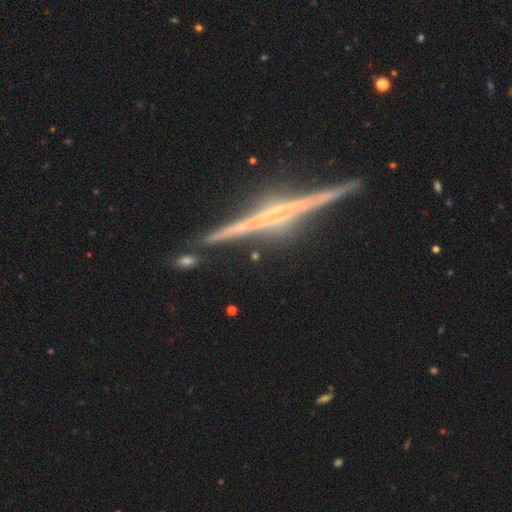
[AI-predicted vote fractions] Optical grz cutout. It shows a featured or disk galaxy (62%) viewed edge-on (95%) with no central bulge (51%). Merging: none (84%).